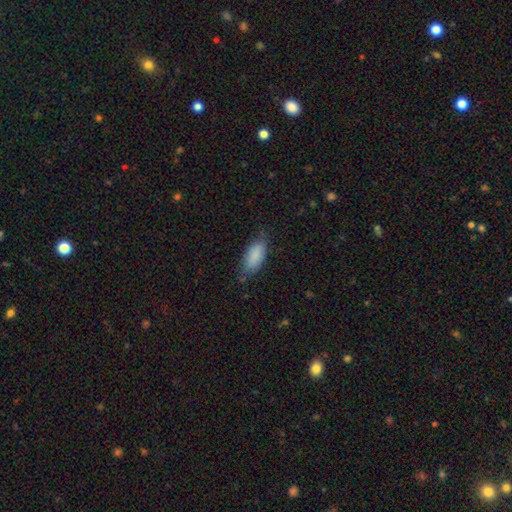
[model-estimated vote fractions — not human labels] Q: Smooth or featured?
A: smooth (84%); runner-up: featured or disk (9%)
Q: How rounded?
A: in between (84%); runner-up: cigar-shaped (13%)
Q: Merging?
A: none (69%); runner-up: minor disturbance (24%)